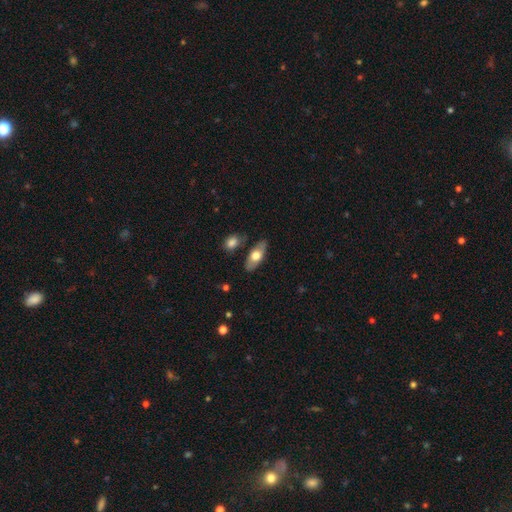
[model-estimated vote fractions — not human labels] Smooth or featured? Predicted: smooth (p=0.62). How rounded? Predicted: in between (p=0.79). Merging? Predicted: none (p=0.79).